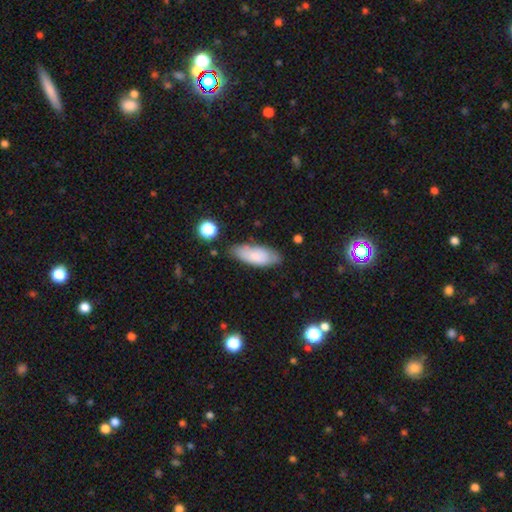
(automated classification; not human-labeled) Smooth or featured?
  - smooth: 80% *
  - featured or disk: 14%
  - star or artifact: 7%
How rounded?
  - in between: 79% *
  - cigar-shaped: 20%
  - round: 2%
Merging?
  - none: 73% *
  - minor disturbance: 20%
  - major disturbance: 4%
  - merger: 3%